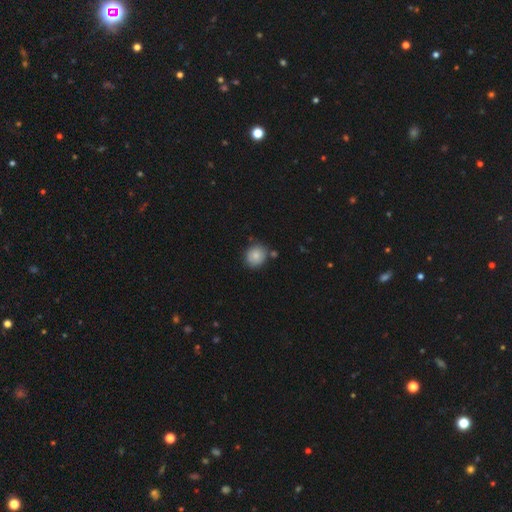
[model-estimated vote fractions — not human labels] Q: Smooth or featured?
A: smooth (84%); runner-up: star or artifact (8%)
Q: How rounded?
A: round (80%); runner-up: in between (19%)
Q: Merging?
A: none (77%); runner-up: minor disturbance (13%)